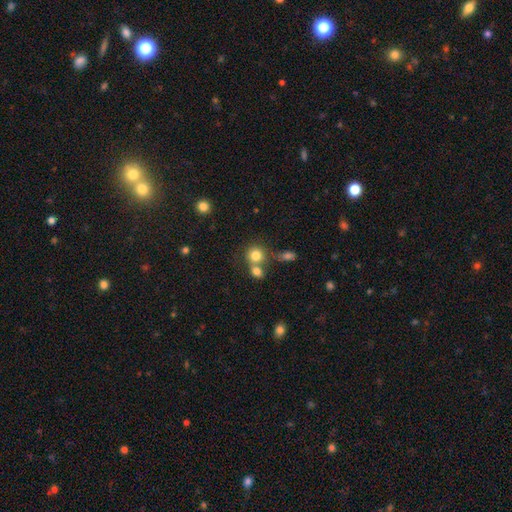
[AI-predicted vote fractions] This appears to be a smooth galaxy with no disk features (80%) that is round (82%). Merging: none (47%).